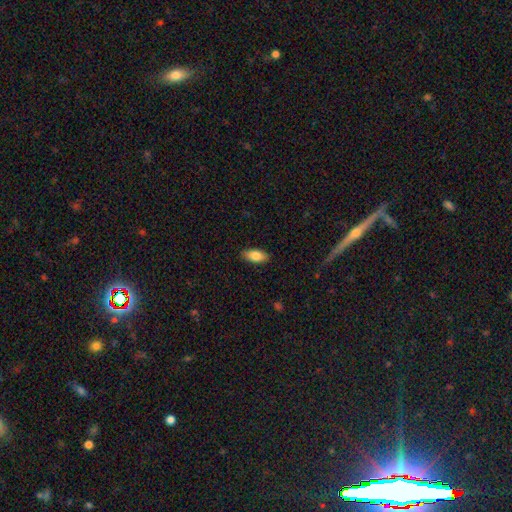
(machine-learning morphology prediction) type=smooth (79%); roundness=in between (86%); merging=none (88%).